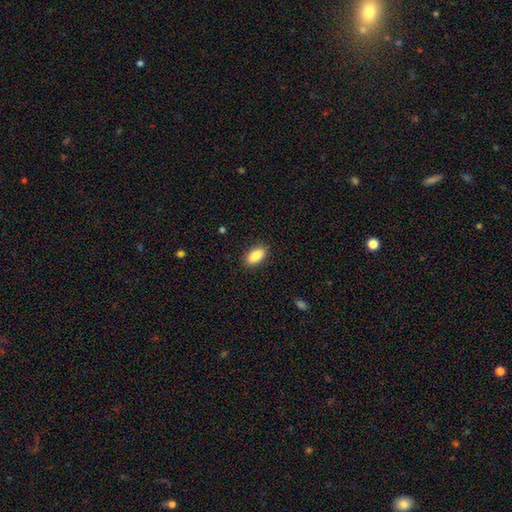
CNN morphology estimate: type=smooth (88%); roundness=in between (90%); merging=none (88%).